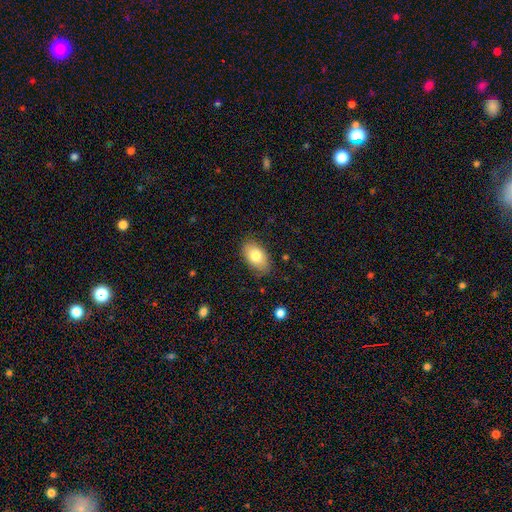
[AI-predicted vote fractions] This is likely a smooth galaxy (79%). How rounded: clearly in between (92%). Merging: clearly none (83%).